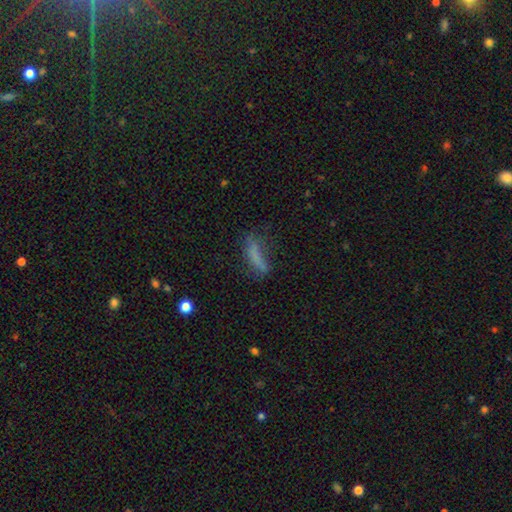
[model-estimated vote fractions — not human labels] A smooth galaxy with no disk features (66%) that is cigar-shaped (67%). Merging: none (48%).